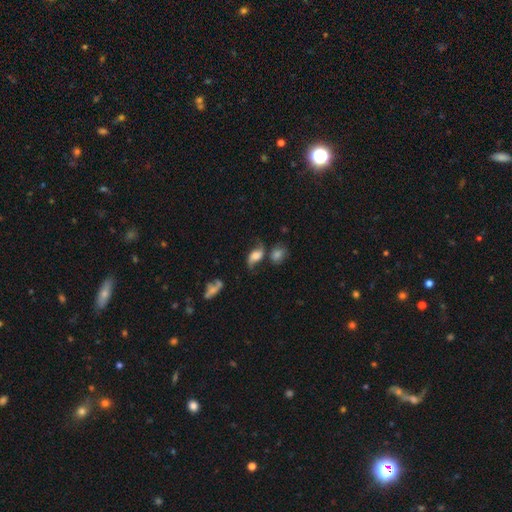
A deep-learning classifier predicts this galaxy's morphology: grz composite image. It shows a featured or disk galaxy (55%) with no bar (58%), spiral arms (88%) and a large central bulge (34%). Merging: none (49%).